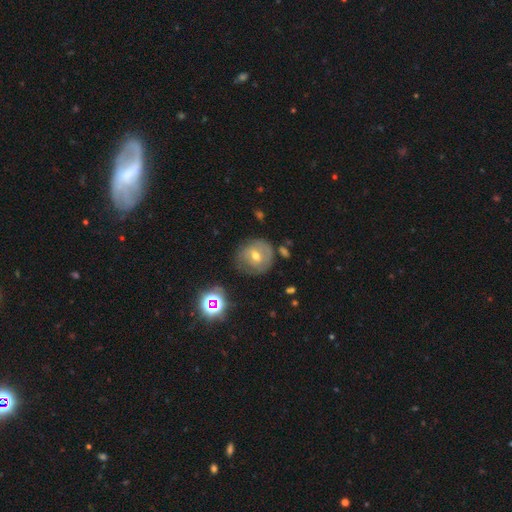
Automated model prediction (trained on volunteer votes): Q: Smooth or featured?
A: featured or disk (45%); runner-up: smooth (42%)
Q: Merging?
A: none (67%); runner-up: minor disturbance (22%)